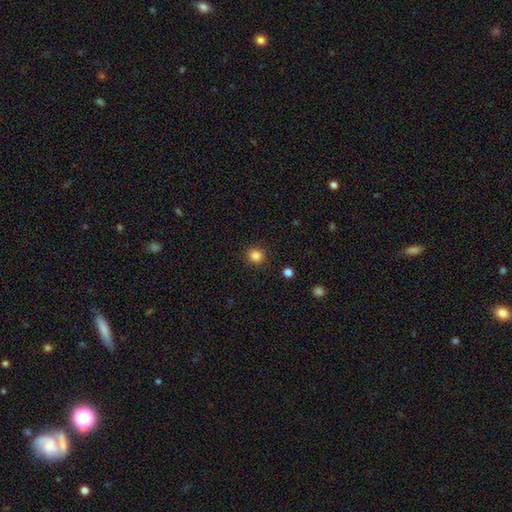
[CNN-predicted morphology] smooth-or-featured: smooth: 85% | star or artifact: 11% | featured or disk: 3%
  how-rounded: round: 92% | in between: 7% | cigar-shaped: 1%
  merging: none: 91% | minor disturbance: 6% | major disturbance: 2% | merger: 1%